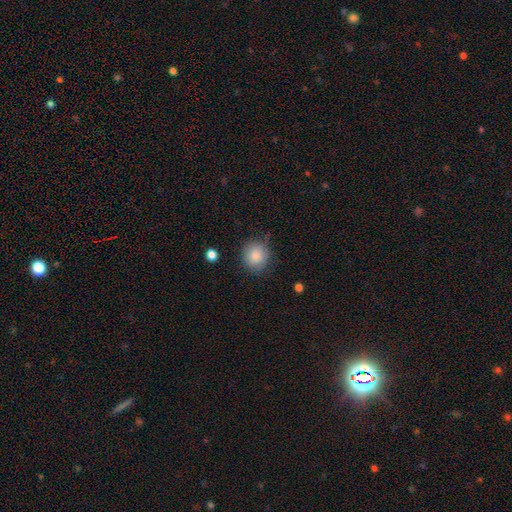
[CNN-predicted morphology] smooth_or_featured: smooth (p=0.86) [alt: star or artifact p=0.08]
how_rounded: round (p=0.88) [alt: in between p=0.11]
merging: none (p=0.81) [alt: minor disturbance p=0.14]